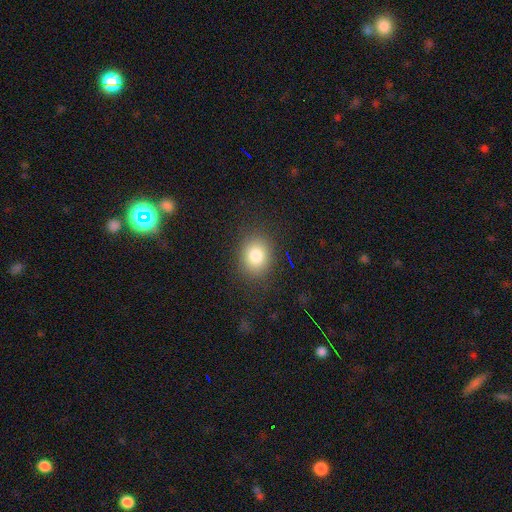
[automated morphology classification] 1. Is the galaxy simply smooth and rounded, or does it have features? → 81% smooth, 11% star or artifact, 8% featured or disk.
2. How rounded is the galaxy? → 56% round, 43% in between, 1% cigar-shaped.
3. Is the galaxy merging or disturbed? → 86% none, 9% minor disturbance, 4% major disturbance, 1% merger.